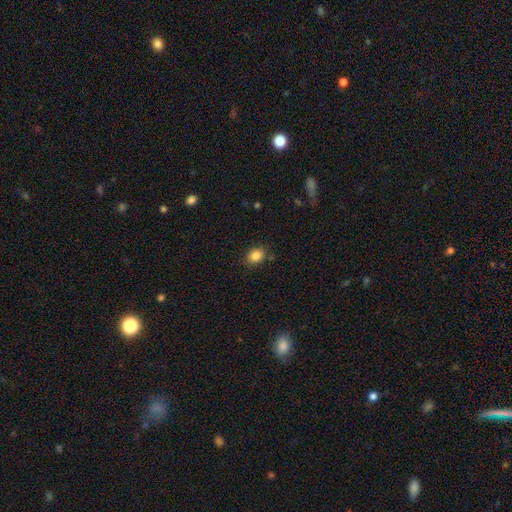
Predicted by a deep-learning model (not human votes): A smooth galaxy with no disk features (84%) that is round (51%). Merging: none (83%).